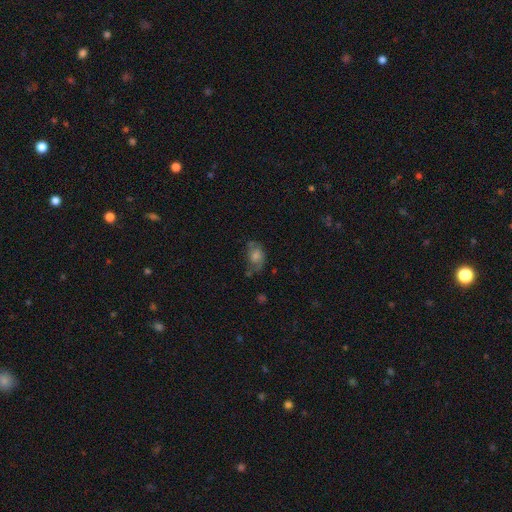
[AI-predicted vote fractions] This appears to be a smooth galaxy with no disk features (42%). Merging: none (53%).